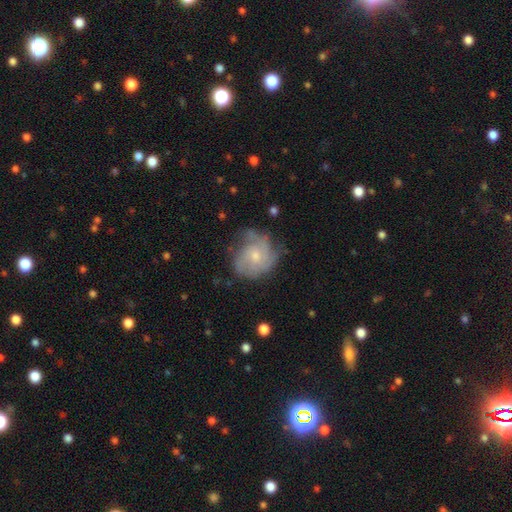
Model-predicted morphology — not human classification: Overall: featured or disk (58%; smooth 34%). Edge-on disk: no (98%). Bar: no (80%). Spiral arms: yes (76%). Bulge size: small (59%; moderate 36%). Merging: none (53%; minor disturbance 29%).